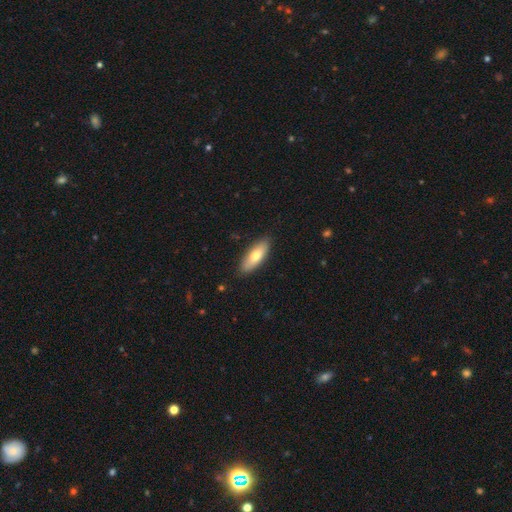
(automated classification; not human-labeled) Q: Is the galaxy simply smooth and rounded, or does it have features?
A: smooth — 71%.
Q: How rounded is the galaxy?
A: in between — 70%.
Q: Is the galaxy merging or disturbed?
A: none — 87%.